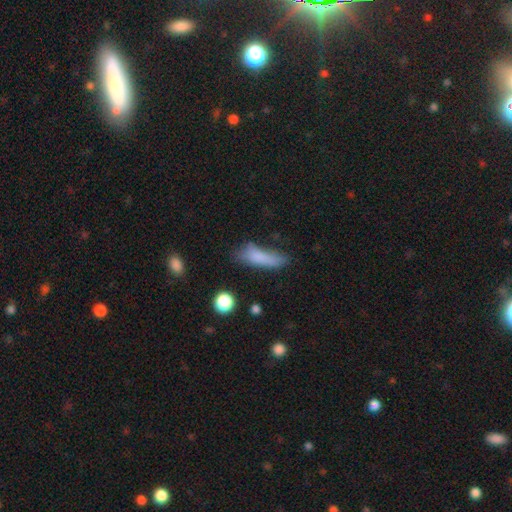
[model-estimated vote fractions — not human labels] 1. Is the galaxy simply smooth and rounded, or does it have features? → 76% smooth, 14% featured or disk, 9% star or artifact.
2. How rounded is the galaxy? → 58% cigar-shaped, 39% in between, 3% round.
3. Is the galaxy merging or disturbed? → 46% none, 32% minor disturbance, 17% major disturbance, 5% merger.